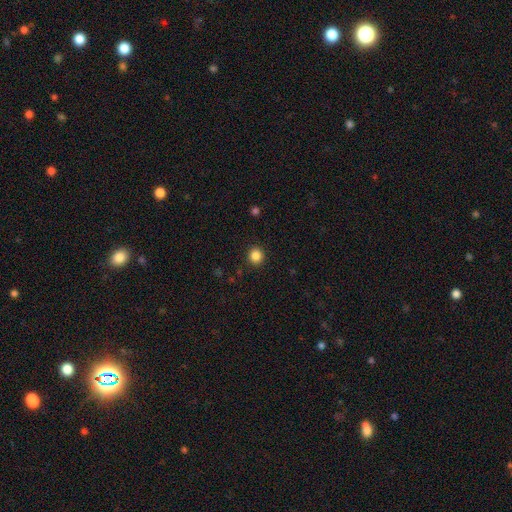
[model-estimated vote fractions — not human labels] A smooth galaxy with no disk features (85%) that is round (91%).

Vote fractions:
- Smooth or featured? smooth: 85% / star or artifact: 11% / featured or disk: 3%
- How rounded? round: 91% / in between: 8% / cigar-shaped: 1%
- Merging? none: 92% / minor disturbance: 5% / major disturbance: 2% / merger: 1%